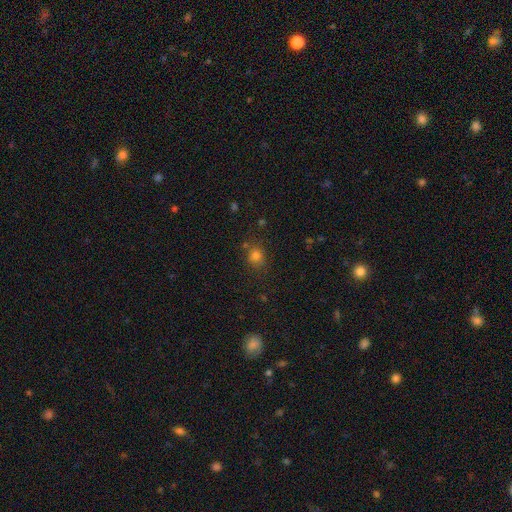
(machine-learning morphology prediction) smooth-or-featured: smooth: 75% | star or artifact: 17% | featured or disk: 7%
  how-rounded: round: 74% | in between: 25% | cigar-shaped: 1%
  merging: none: 74% | minor disturbance: 14% | merger: 7% | major disturbance: 4%